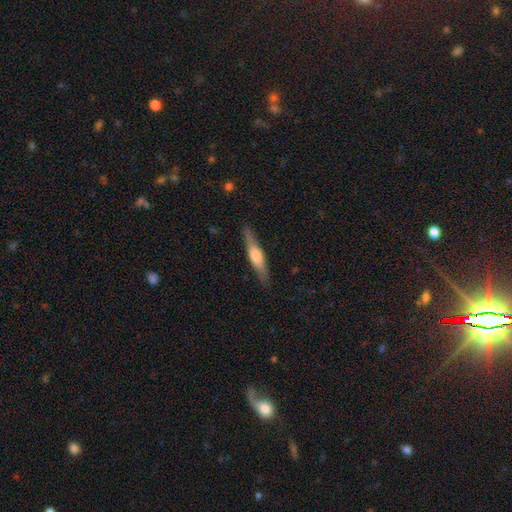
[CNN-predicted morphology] The model was most divided on "smooth or featured": featured or disk: 48%, smooth: 47%, star or artifact: 5%. More confident: merging — none (87%).